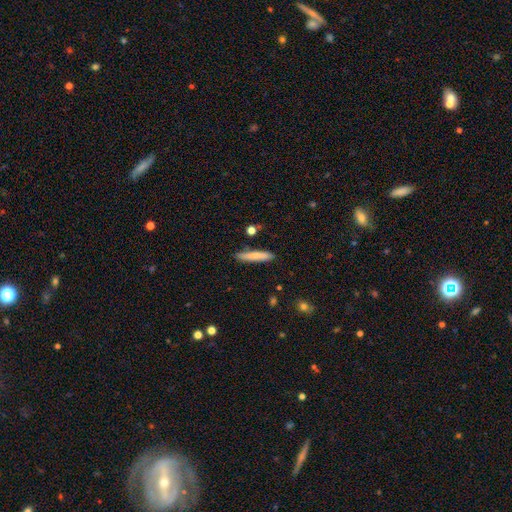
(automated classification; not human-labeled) smooth 76%, featured or disk 17%, star or artifact 6%. Down the decision tree: how rounded — cigar-shaped (90%); merging — none (86%).